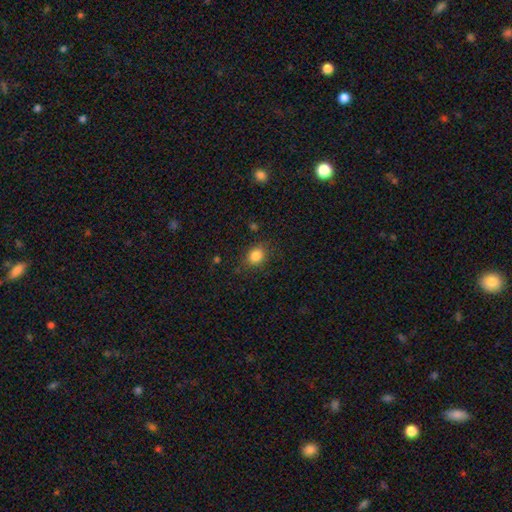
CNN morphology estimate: A smooth galaxy with no disk features (84%) that is round (53%). Merging: none (82%).